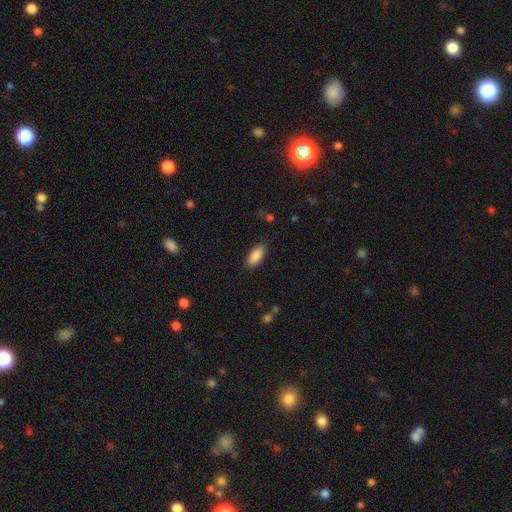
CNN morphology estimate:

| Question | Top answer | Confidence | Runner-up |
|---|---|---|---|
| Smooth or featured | smooth | 88% | star or artifact (7%) |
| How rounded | in between | 84% | cigar-shaped (14%) |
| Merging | none | 86% | minor disturbance (10%) |